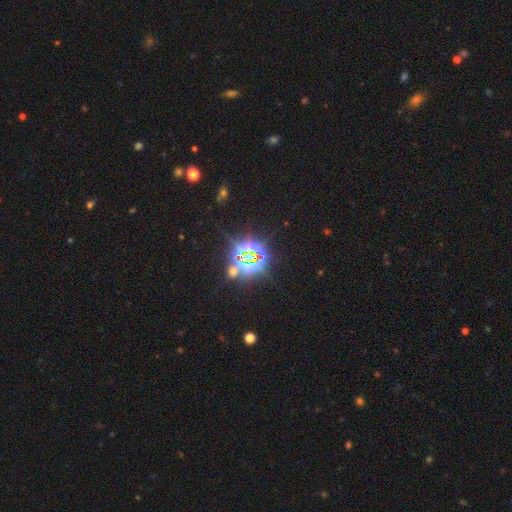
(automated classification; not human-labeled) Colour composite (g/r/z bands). It shows a star or artifact, not a galaxy (83%).